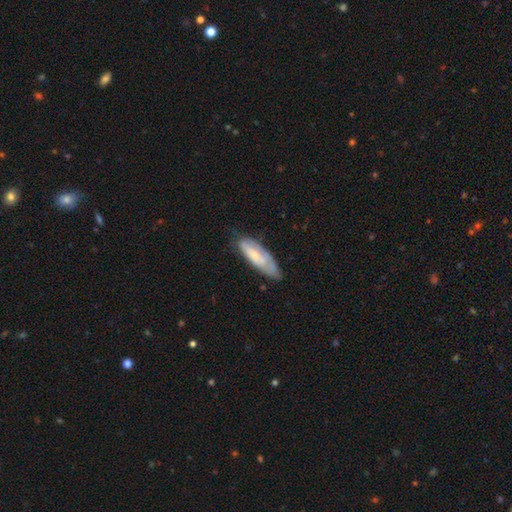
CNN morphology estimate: smooth-or-featured: smooth: 51% | featured or disk: 43% | star or artifact: 6%
  how-rounded: in between: 56% | cigar-shaped: 42% | round: 2%
  merging: none: 59% | minor disturbance: 30% | major disturbance: 9% | merger: 2%